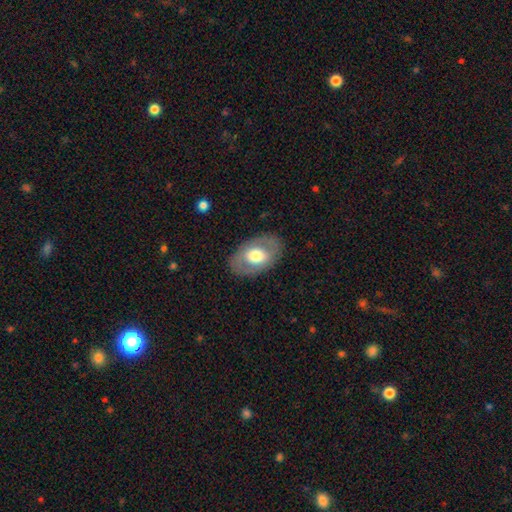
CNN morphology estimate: Smooth or featured?
  - smooth: 52% *
  - featured or disk: 42%
  - star or artifact: 6%
How rounded?
  - in between: 85% *
  - round: 14%
  - cigar-shaped: 1%
Merging?
  - none: 83% *
  - minor disturbance: 11%
  - major disturbance: 5%
  - merger: 1%